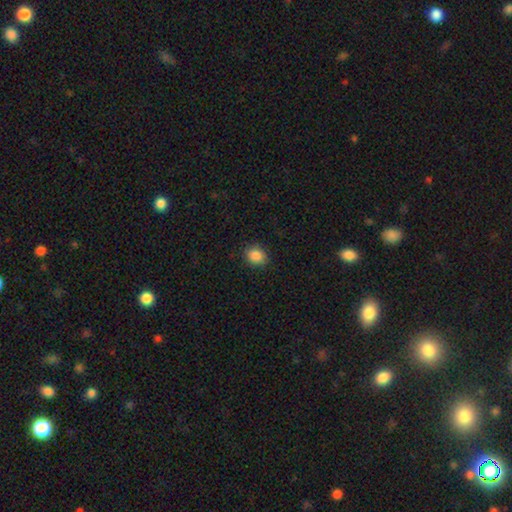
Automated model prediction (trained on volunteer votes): smooth-or-featured: smooth: 88% | star or artifact: 9% | featured or disk: 3%
  how-rounded: round: 61% | in between: 38% | cigar-shaped: 1%
  merging: none: 88% | minor disturbance: 9% | major disturbance: 2% | merger: 1%